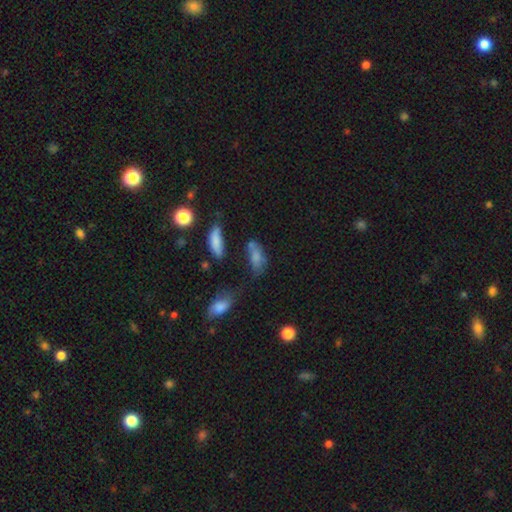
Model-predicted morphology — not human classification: smooth_or_featured: smooth (p=0.72) [alt: featured or disk p=0.16]
how_rounded: in between (p=0.77) [alt: cigar-shaped p=0.18]
merging: none (p=0.38) [alt: minor disturbance p=0.25]